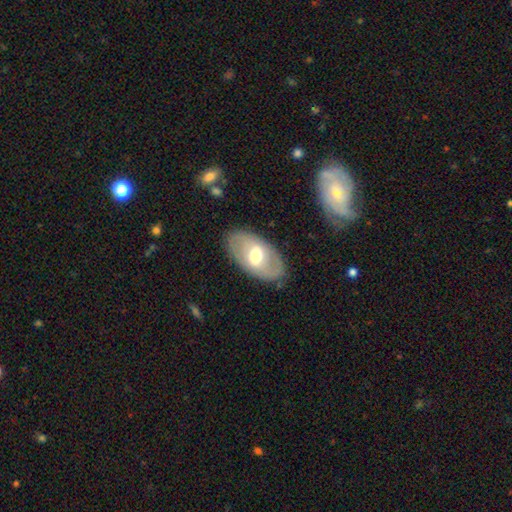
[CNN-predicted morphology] A featured or disk galaxy (53%).

Vote fractions:
- Smooth or featured? featured or disk: 53% / smooth: 41% / star or artifact: 6%
- Edge-on disk? no: 88% / yes: 12%
- Merging? none: 84% / minor disturbance: 11% / major disturbance: 4% / merger: 1%